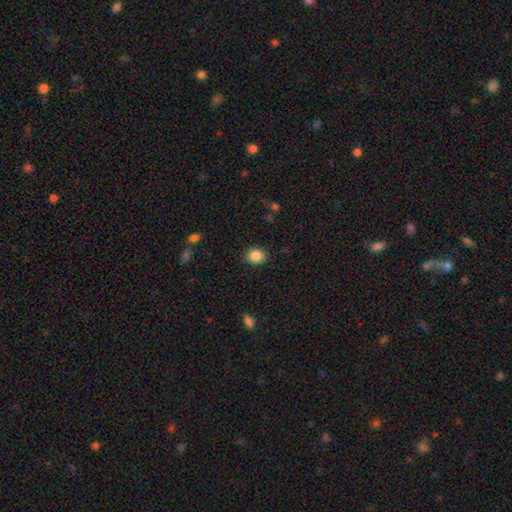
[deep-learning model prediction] smooth_or_featured: smooth (p=0.86) [alt: star or artifact p=0.09]
how_rounded: round (p=0.52) [alt: in between p=0.47]
merging: none (p=0.88) [alt: minor disturbance p=0.08]